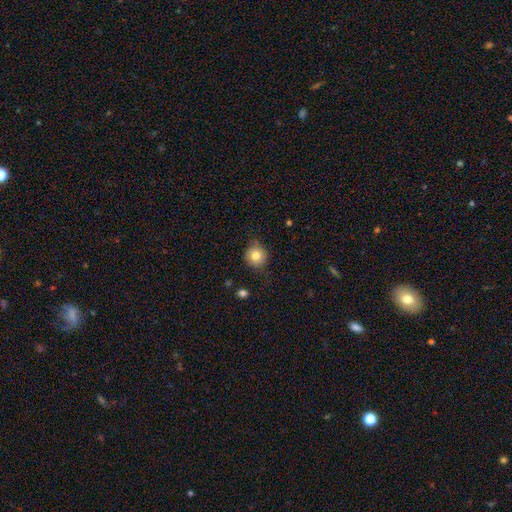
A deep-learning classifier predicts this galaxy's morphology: A smooth galaxy with no disk features (79%) that is round (90%).

Vote fractions:
- Smooth or featured? smooth: 79% / featured or disk: 11% / star or artifact: 10%
- How rounded? round: 90% / in between: 9% / cigar-shaped: 1%
- Merging? none: 79% / minor disturbance: 16% / major disturbance: 3% / merger: 2%